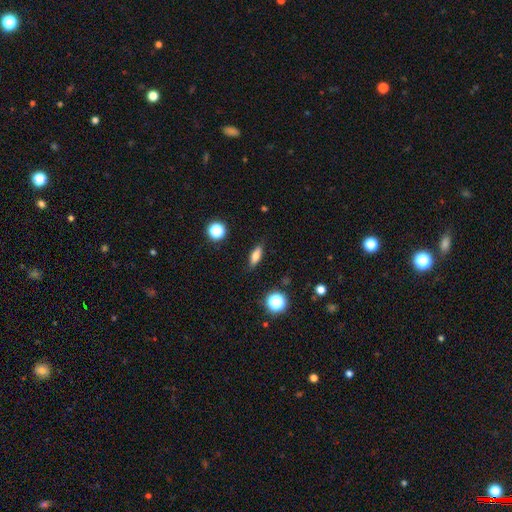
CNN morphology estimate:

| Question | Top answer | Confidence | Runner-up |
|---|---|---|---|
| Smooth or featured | smooth | 73% | featured or disk (16%) |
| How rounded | in between | 60% | cigar-shaped (34%) |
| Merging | none | 87% | minor disturbance (9%) |